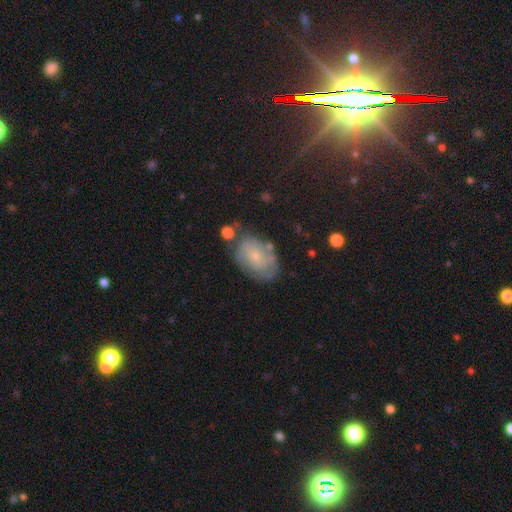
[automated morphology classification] type=smooth (46%); merging=none (62%).